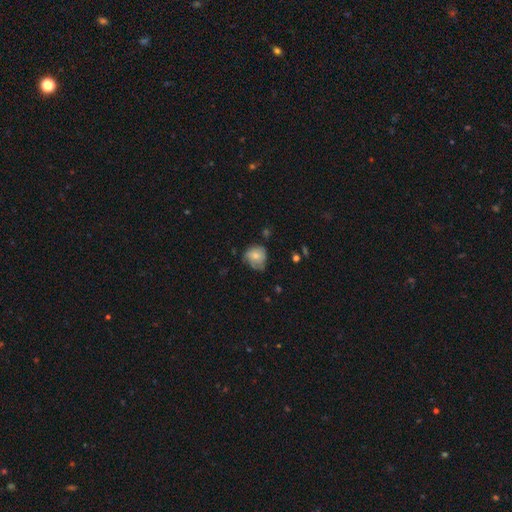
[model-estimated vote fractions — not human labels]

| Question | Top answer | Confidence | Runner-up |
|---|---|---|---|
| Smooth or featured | smooth | 68% | featured or disk (23%) |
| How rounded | round | 70% | in between (29%) |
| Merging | none | 49% | minor disturbance (37%) |